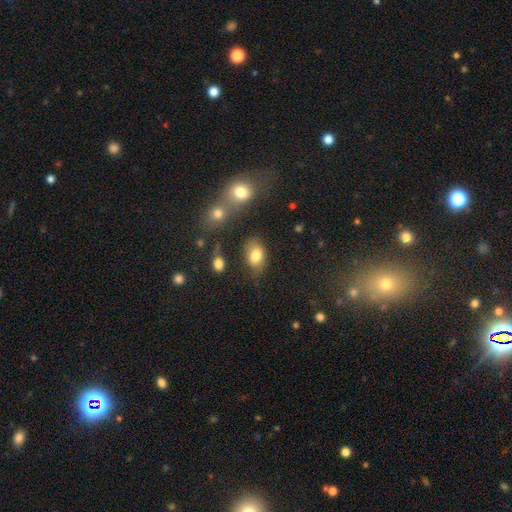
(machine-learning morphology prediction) This is clearly a smooth galaxy (81%). How rounded: likely in between (79%). Merging: likely none (66%).